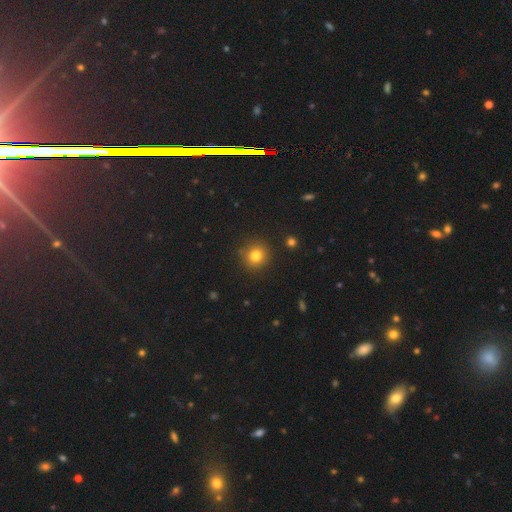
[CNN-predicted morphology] Smooth or featured?
  - smooth: 81% *
  - star or artifact: 13%
  - featured or disk: 7%
How rounded?
  - round: 92% *
  - in between: 7%
  - cigar-shaped: 1%
Merging?
  - none: 89% *
  - minor disturbance: 7%
  - major disturbance: 2%
  - merger: 2%